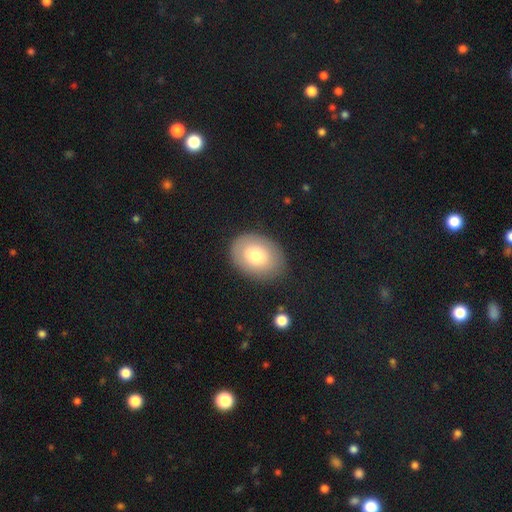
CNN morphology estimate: Smooth or featured? Predicted: smooth (p=0.74). How rounded? Predicted: in between (p=0.72). Merging? Predicted: none (p=0.83).